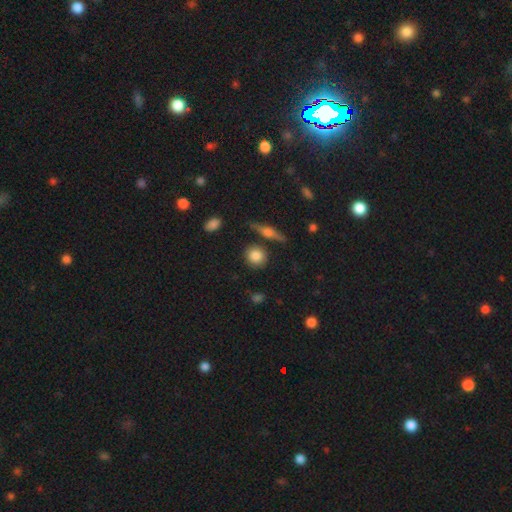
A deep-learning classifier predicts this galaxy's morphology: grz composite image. It shows a smooth galaxy with no disk features (81%) that is round (83%). Merging: none (81%).